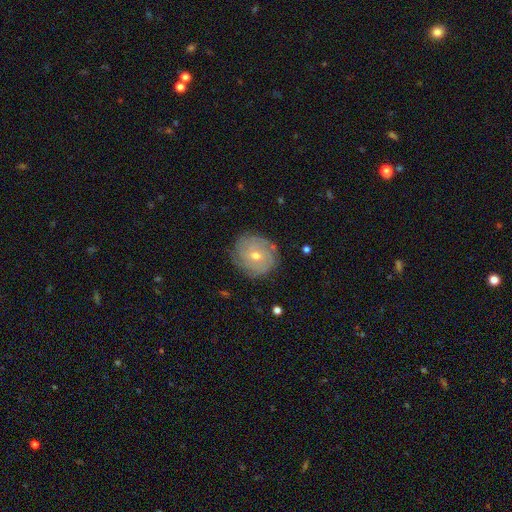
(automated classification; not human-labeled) smooth_or_featured: featured or disk (p=0.62) [alt: smooth p=0.30]
disk_edge_on: no (p=0.96) [alt: yes p=0.04]
bar: no (p=0.74) [alt: weak p=0.22]
has_spiral_arms: yes (p=0.82) [alt: no p=0.18]
bulge_size: moderate (p=0.52) [alt: small p=0.45]
merging: none (p=0.81) [alt: minor disturbance p=0.14]